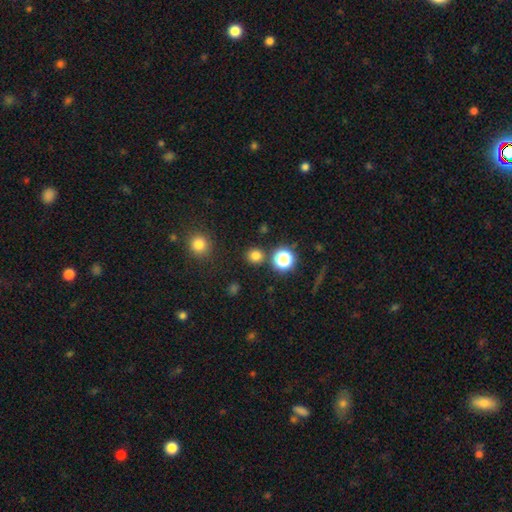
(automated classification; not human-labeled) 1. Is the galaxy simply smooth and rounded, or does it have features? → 76% smooth, 20% star or artifact, 4% featured or disk.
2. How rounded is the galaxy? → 91% round, 8% in between, 1% cigar-shaped.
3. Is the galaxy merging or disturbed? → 86% none, 6% minor disturbance, 5% merger, 3% major disturbance.